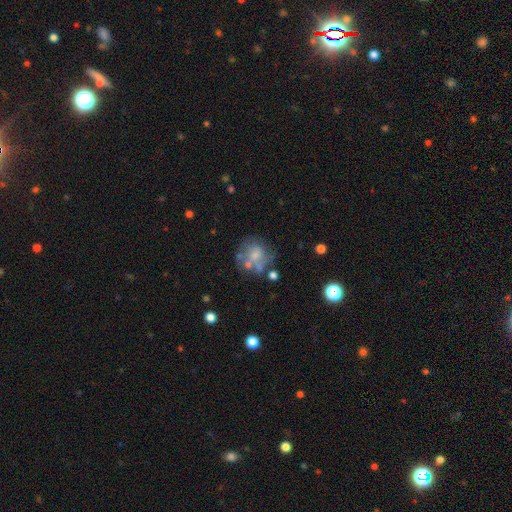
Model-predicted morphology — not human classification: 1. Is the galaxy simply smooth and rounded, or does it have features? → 48% smooth, 39% featured or disk, 13% star or artifact.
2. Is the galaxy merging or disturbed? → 46% none, 21% minor disturbance, 19% major disturbance, 14% merger.